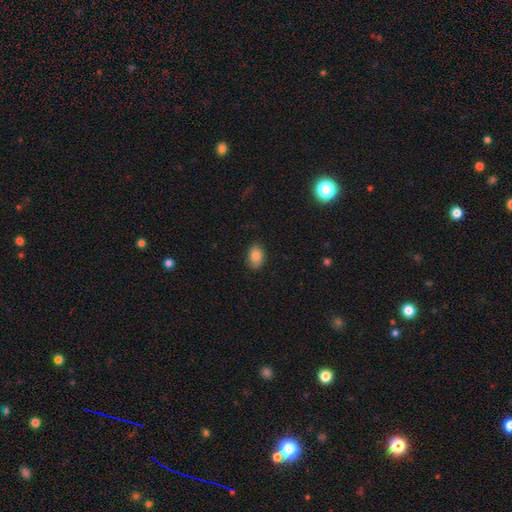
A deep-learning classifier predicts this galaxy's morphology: This is clearly a smooth galaxy (86%). How rounded: clearly in between (84%). Merging: clearly none (86%).